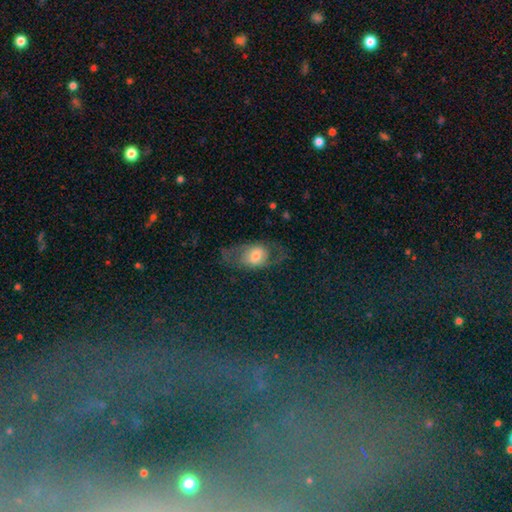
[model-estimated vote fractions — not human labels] smooth-or-featured: featured or disk: 45% | smooth: 44% | star or artifact: 11%
  merging: none: 58% | major disturbance: 20% | minor disturbance: 20% | merger: 2%